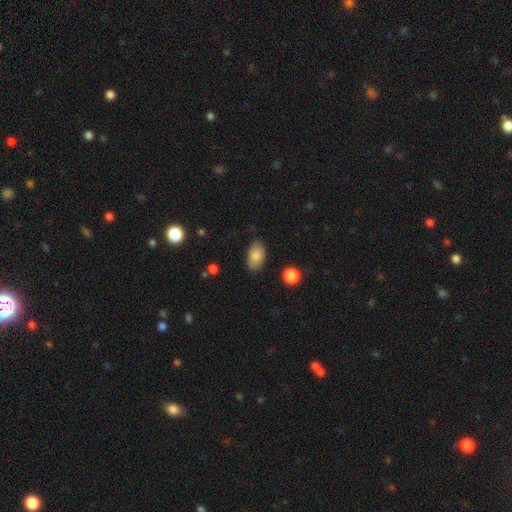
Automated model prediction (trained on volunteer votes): This is clearly a smooth galaxy (83%). How rounded: clearly in between (92%). Merging: clearly none (81%).